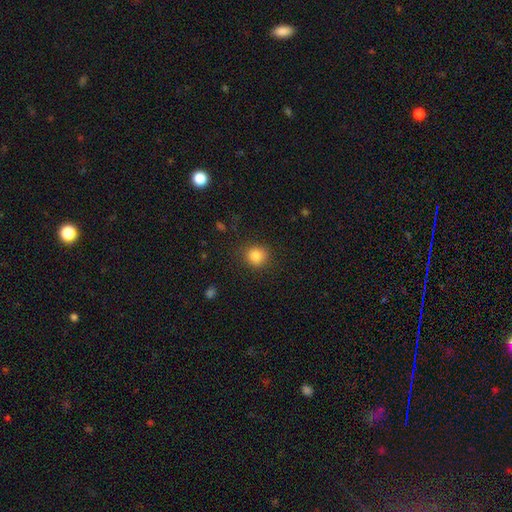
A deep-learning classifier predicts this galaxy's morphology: smooth 83%, star or artifact 11%, featured or disk 6%. Down the decision tree: how rounded — round (87%); merging — none (87%).